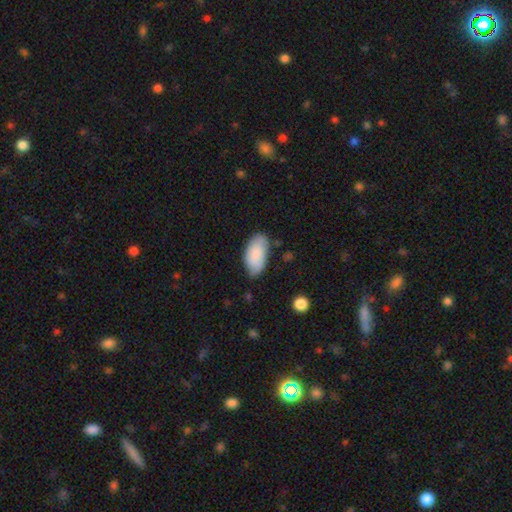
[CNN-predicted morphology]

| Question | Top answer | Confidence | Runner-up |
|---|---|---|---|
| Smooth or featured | smooth | 84% | featured or disk (10%) |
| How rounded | in between | 95% | cigar-shaped (3%) |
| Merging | none | 72% | minor disturbance (21%) |